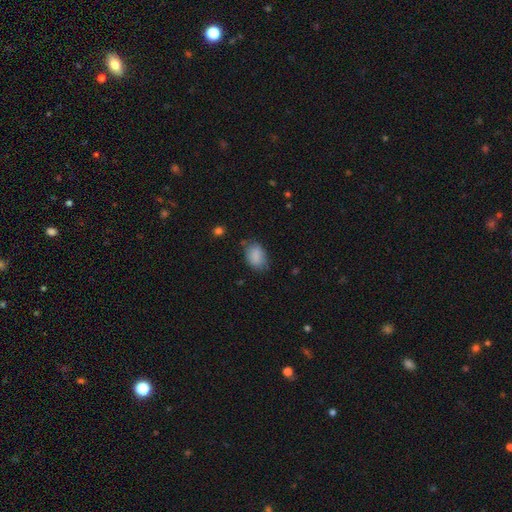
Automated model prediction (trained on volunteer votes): Overall: smooth (86%). How rounded: in between (82%). Merging: none (72%).